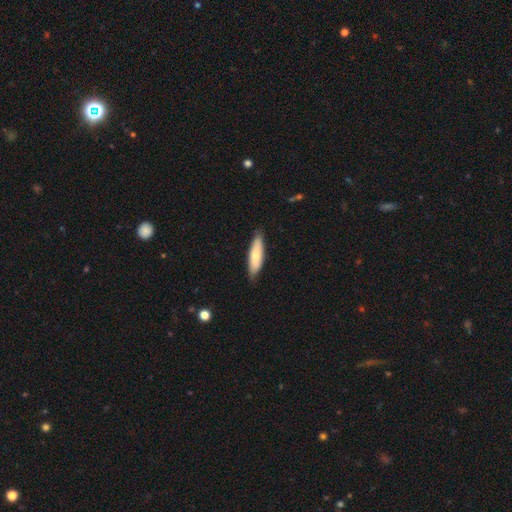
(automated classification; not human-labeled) Q: Smooth or featured?
A: smooth (69%); runner-up: featured or disk (26%)
Q: How rounded?
A: cigar-shaped (57%); runner-up: in between (41%)
Q: Merging?
A: none (83%); runner-up: minor disturbance (14%)